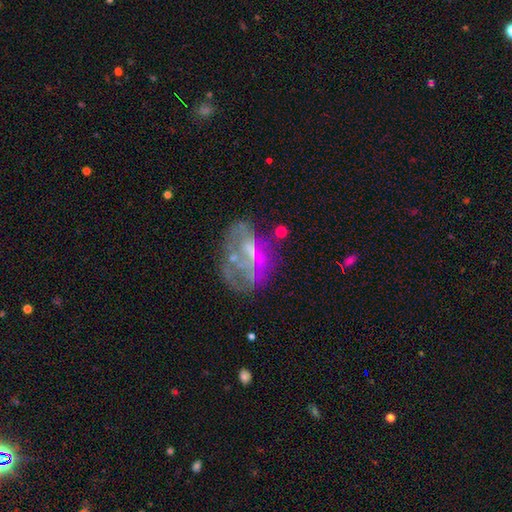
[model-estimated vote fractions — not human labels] Smooth or featured?
  - featured or disk: 64% *
  - smooth: 21%
  - star or artifact: 15%
Edge-on disk?
  - no: 97% *
  - yes: 3%
Bar?
  - no: 71% *
  - weak: 23%
  - strong: 7%
Spiral arms?
  - no: 79% *
  - yes: 21%
Bulge size?
  - none: 44% *
  - small: 35%
  - moderate: 18%
  - large: 2%
  - dominant: 1%
Merging?
  - none: 46% *
  - major disturbance: 26%
  - minor disturbance: 20%
  - merger: 9%